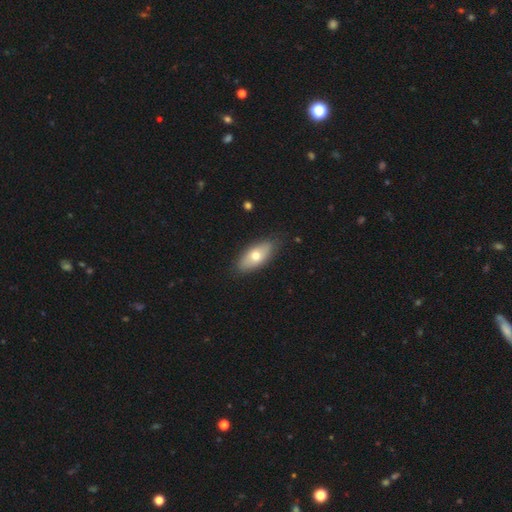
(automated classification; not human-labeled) Q: Smooth or featured?
A: smooth (66%); runner-up: featured or disk (28%)
Q: How rounded?
A: in between (84%); runner-up: cigar-shaped (12%)
Q: Merging?
A: none (85%); runner-up: minor disturbance (12%)